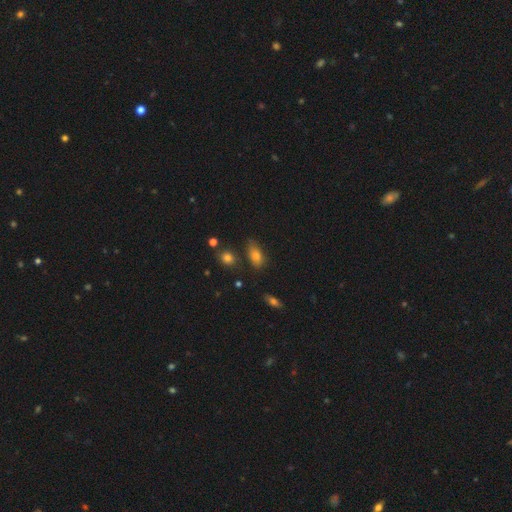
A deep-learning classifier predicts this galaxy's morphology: This is likely a smooth galaxy (76%). How rounded: clearly in between (83%). Merging: likely none (66%).